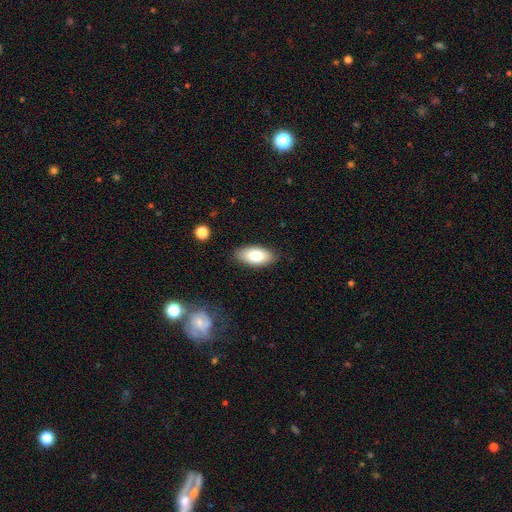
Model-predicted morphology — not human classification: smooth_or_featured: smooth (p=0.79) [alt: featured or disk p=0.15]
how_rounded: in between (p=0.92) [alt: cigar-shaped p=0.06]
merging: none (p=0.87) [alt: minor disturbance p=0.10]